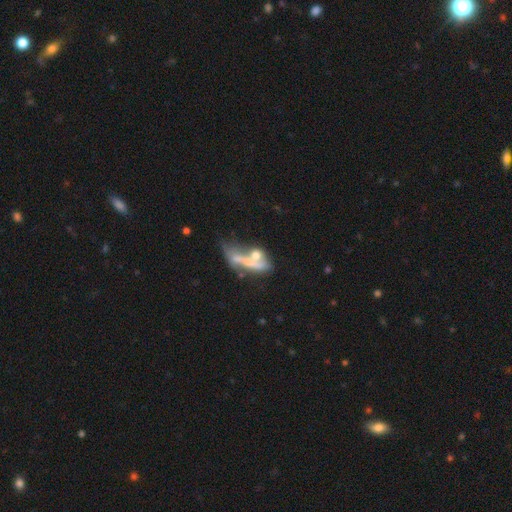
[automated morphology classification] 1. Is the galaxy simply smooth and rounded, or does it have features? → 49% featured or disk, 39% smooth, 12% star or artifact.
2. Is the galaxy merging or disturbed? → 49% merger, 20% major disturbance, 19% none, 12% minor disturbance.